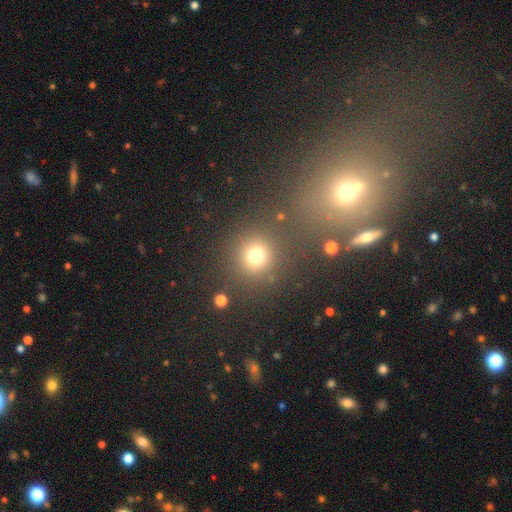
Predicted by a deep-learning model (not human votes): smooth_or_featured: smooth (p=0.74) [alt: star or artifact p=0.19]
how_rounded: round (p=0.92) [alt: in between p=0.07]
merging: none (p=0.82) [alt: minor disturbance p=0.08]